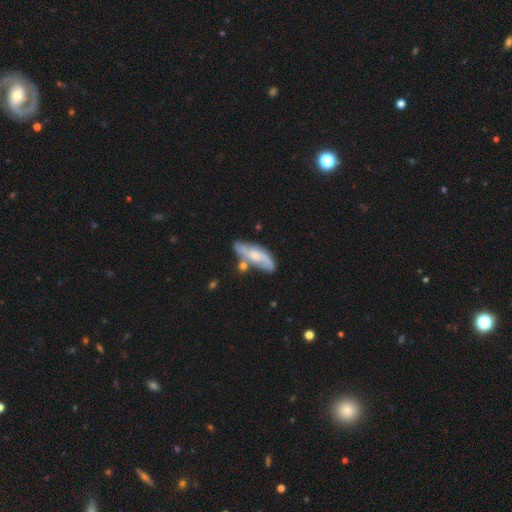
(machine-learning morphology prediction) The model was most divided on "bulge size": moderate: 47%, small: 34%, none: 9%, large: 8%, dominant: 1%. More confident: spiral arms — yes (87%); edge-on disk — no (84%); smooth or featured — featured or disk (67%); merging — none (56%); bar — no (54%).